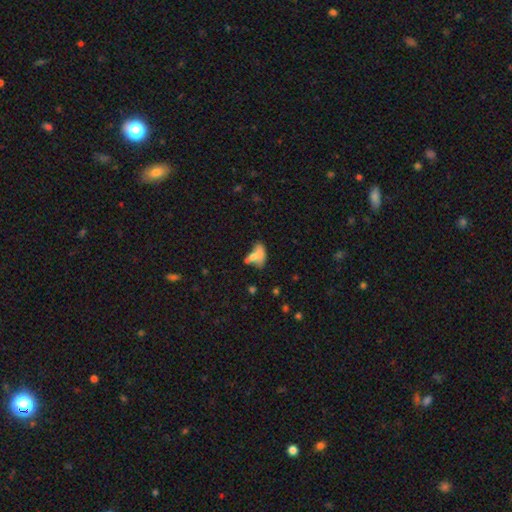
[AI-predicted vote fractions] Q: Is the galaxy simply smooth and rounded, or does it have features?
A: smooth — 65%.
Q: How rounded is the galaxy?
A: in between — 79%.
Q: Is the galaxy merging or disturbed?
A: merger — 42%.